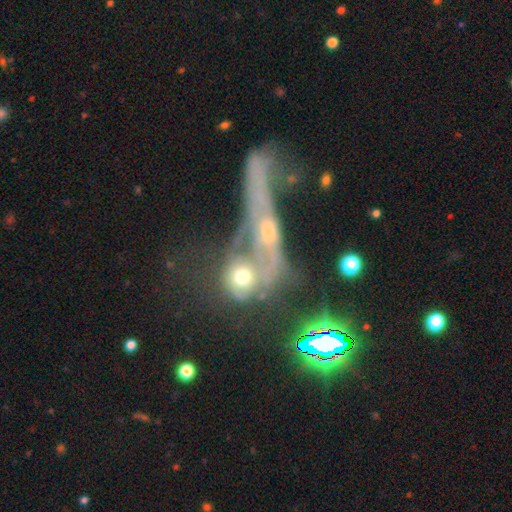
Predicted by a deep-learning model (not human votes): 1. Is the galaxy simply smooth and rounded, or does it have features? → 49% featured or disk, 26% smooth, 24% star or artifact.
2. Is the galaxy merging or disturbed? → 59% merger, 17% major disturbance, 16% none, 8% minor disturbance.